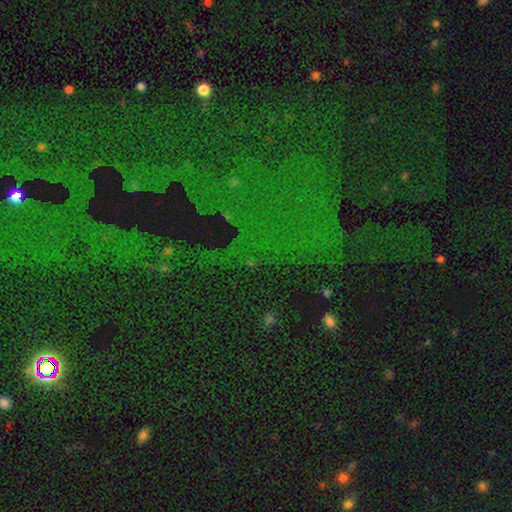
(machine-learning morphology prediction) Smooth or featured?
  - star or artifact: 78% *
  - smooth: 12%
  - featured or disk: 10%